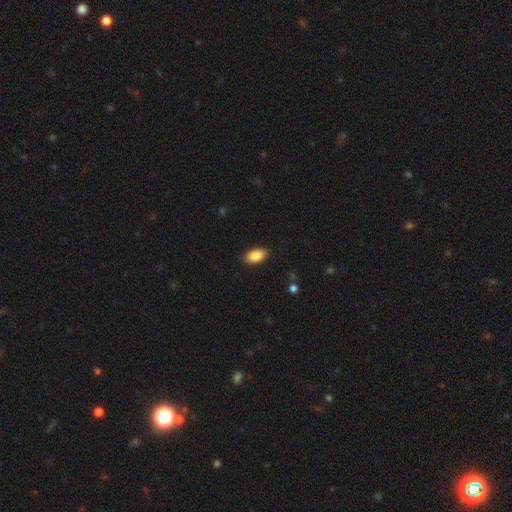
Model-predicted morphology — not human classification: A smooth galaxy with no disk features (88%) that is in between round and cigar-shaped (93%).

Vote fractions:
- Smooth or featured? smooth: 88% / star or artifact: 7% / featured or disk: 5%
- How rounded? in between: 93% / round: 4% / cigar-shaped: 2%
- Merging? none: 89% / minor disturbance: 8% / major disturbance: 2% / merger: 1%